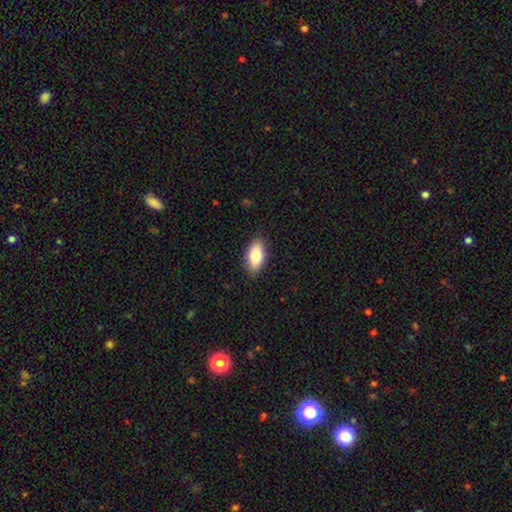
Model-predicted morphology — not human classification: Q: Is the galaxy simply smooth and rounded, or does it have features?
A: smooth — 78%.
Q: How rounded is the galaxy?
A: in between — 89%.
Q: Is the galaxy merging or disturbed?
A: none — 88%.